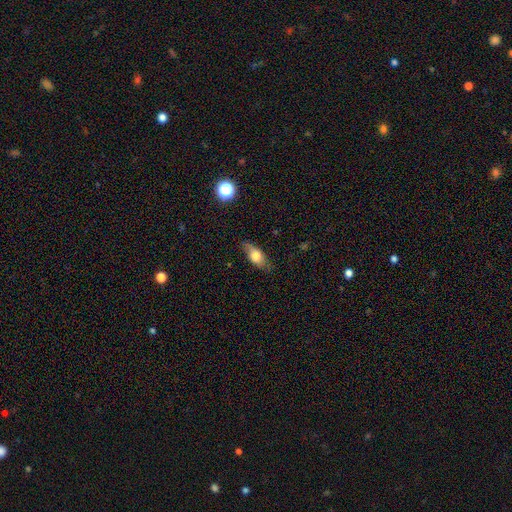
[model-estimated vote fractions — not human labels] smooth 66%, featured or disk 26%, star or artifact 8%. Down the decision tree: how rounded — in between (77%); merging — none (74%).